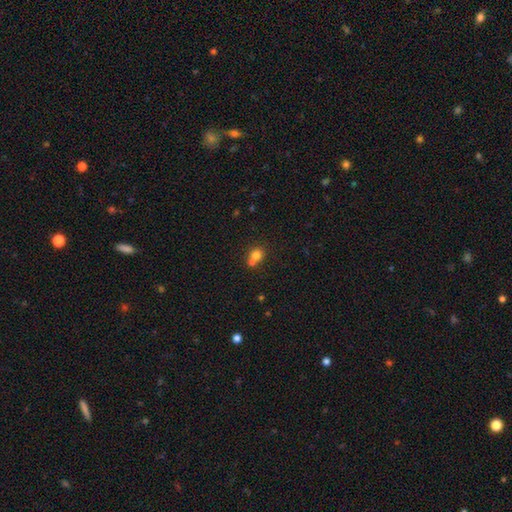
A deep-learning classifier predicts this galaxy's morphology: Q: Smooth or featured?
A: smooth (75%); runner-up: star or artifact (13%)
Q: How rounded?
A: round (81%); runner-up: in between (18%)
Q: Merging?
A: merger (51%); runner-up: none (40%)